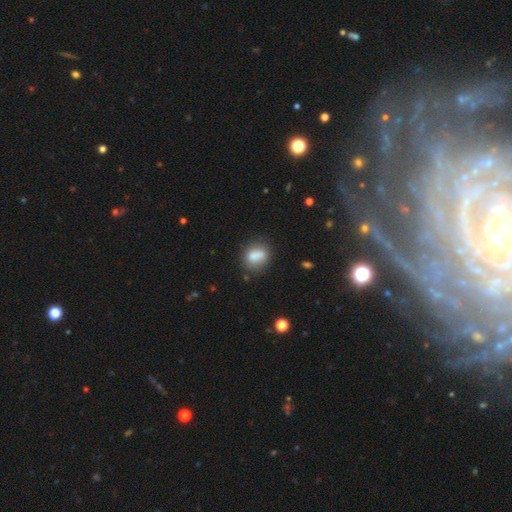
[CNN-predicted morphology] smooth-or-featured: smooth: 79% | featured or disk: 12% | star or artifact: 9%
  how-rounded: in between: 54% | round: 43% | cigar-shaped: 3%
  merging: none: 67% | minor disturbance: 20% | merger: 7% | major disturbance: 7%